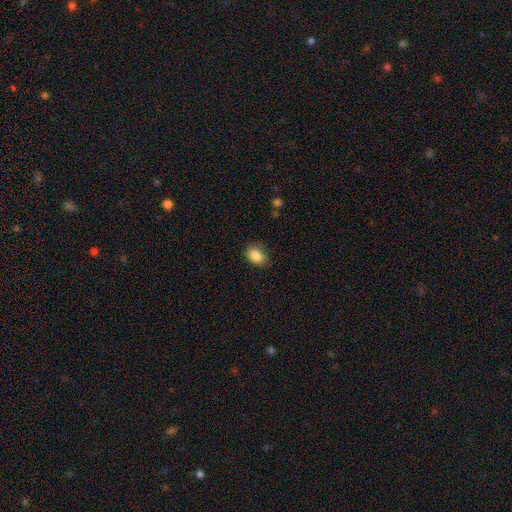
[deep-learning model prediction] smooth-or-featured: smooth: 87% | star or artifact: 8% | featured or disk: 5%
  how-rounded: in between: 81% | round: 18% | cigar-shaped: 1%
  merging: none: 80% | minor disturbance: 16% | major disturbance: 4% | merger: 1%